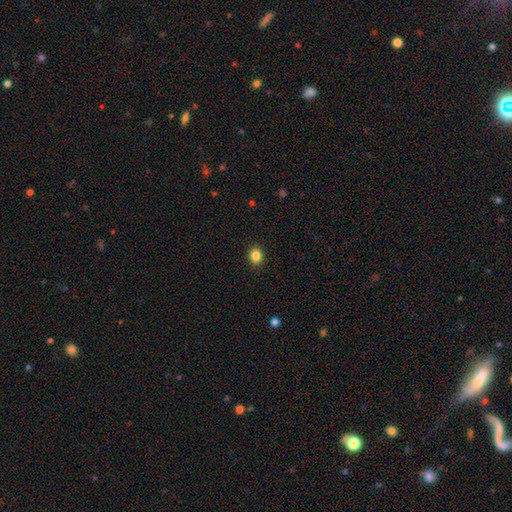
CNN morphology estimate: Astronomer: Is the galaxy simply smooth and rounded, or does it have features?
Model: smooth — 86%.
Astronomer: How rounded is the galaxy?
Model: round — 64%.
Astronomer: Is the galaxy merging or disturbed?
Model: none — 91%.